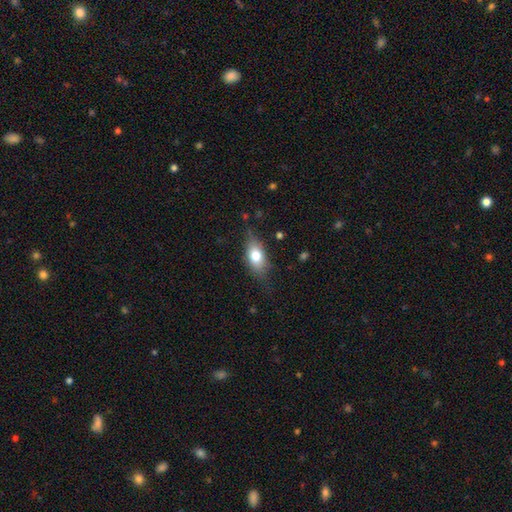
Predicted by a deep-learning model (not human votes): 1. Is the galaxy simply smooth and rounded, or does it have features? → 72% smooth, 20% featured or disk, 8% star or artifact.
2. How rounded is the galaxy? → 81% in between, 9% cigar-shaped, 9% round.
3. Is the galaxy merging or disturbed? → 71% none, 22% minor disturbance, 6% major disturbance, 2% merger.